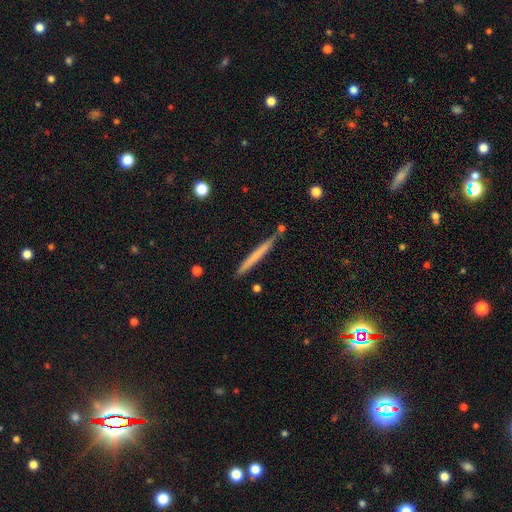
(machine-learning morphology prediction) smooth 60%, featured or disk 34%, star or artifact 6%. Down the decision tree: how rounded — cigar-shaped (97%); merging — none (83%).